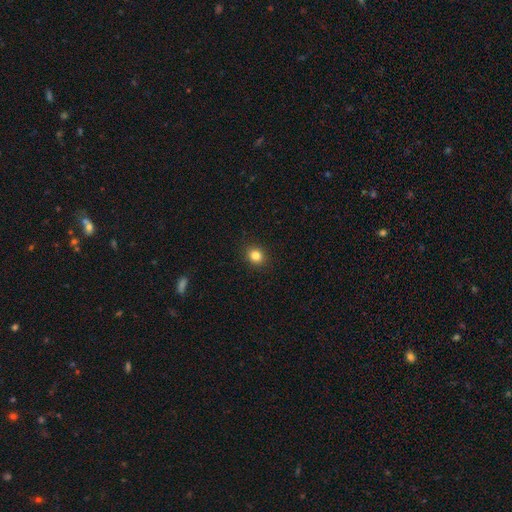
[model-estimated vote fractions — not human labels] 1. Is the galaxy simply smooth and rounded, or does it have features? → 83% smooth, 11% star or artifact, 5% featured or disk.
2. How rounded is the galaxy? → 71% round, 28% in between, 1% cigar-shaped.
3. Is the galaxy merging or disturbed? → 91% none, 6% minor disturbance, 2% major disturbance, 1% merger.